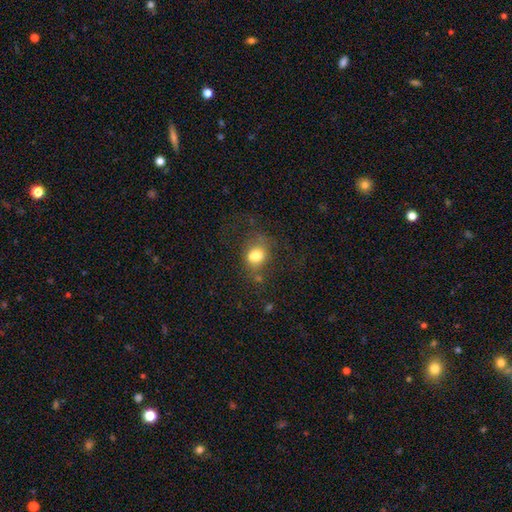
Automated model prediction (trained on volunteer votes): Smooth or featured? smooth (69%)
How rounded? round (50%)
Merging? none (41%)